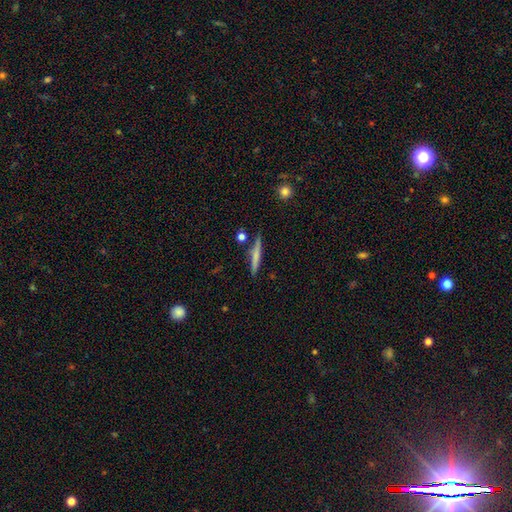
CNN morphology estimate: This is possibly a smooth galaxy (56%). How rounded: clearly cigar-shaped (93%). Merging: clearly none (82%).